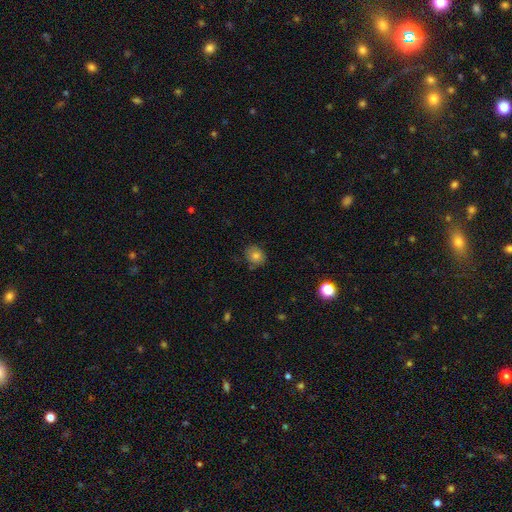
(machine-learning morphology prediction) Smooth or featured? smooth (78%)
How rounded? round (74%)
Merging? none (75%)